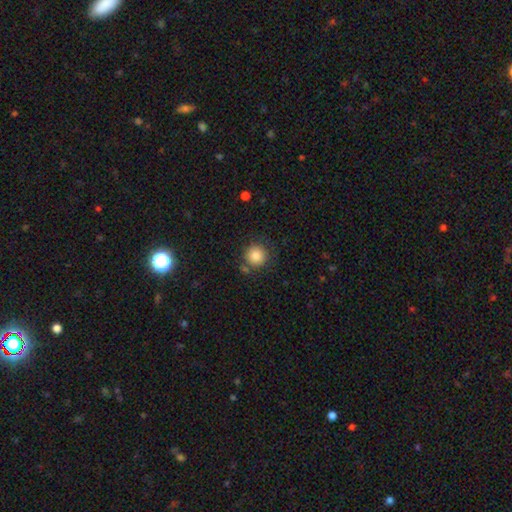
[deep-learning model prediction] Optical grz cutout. It shows a smooth galaxy with no disk features (84%) that is round (94%). Merging: none (78%).